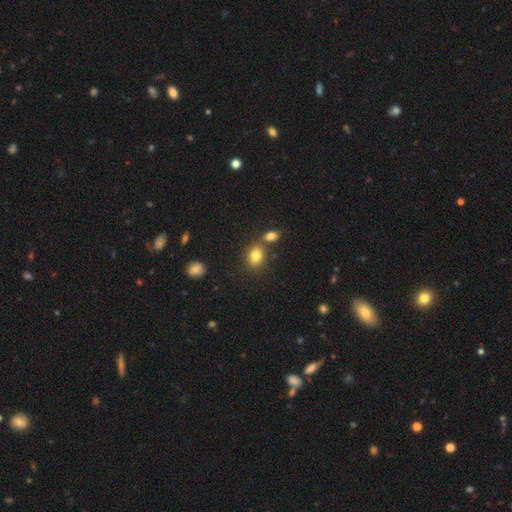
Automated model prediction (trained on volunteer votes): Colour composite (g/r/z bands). It shows a smooth galaxy with no disk features (81%) that is in between round and cigar-shaped (54%). Merging: none (59%).